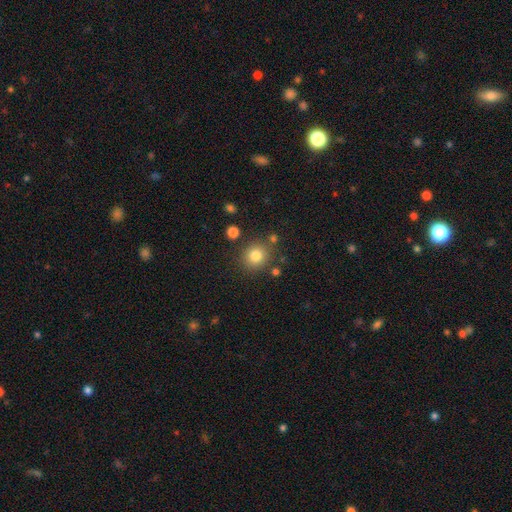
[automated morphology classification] Smooth or featured?
  - smooth: 82% *
  - star or artifact: 12%
  - featured or disk: 7%
How rounded?
  - round: 86% *
  - in between: 13%
  - cigar-shaped: 1%
Merging?
  - none: 83% *
  - minor disturbance: 9%
  - merger: 5%
  - major disturbance: 3%